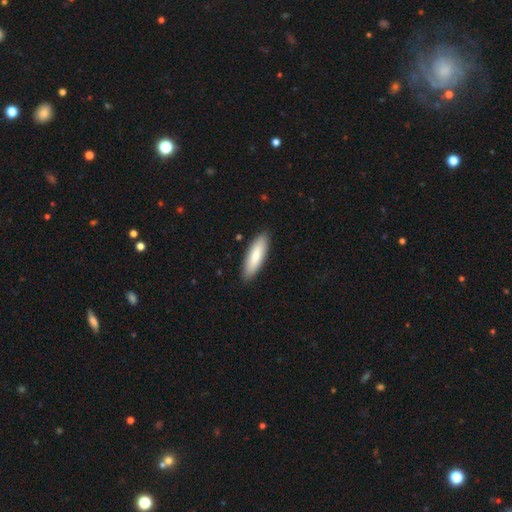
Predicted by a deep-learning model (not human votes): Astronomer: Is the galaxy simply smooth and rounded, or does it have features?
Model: smooth — 80%.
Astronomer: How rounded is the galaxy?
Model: cigar-shaped — 50% (runner-up: in between, 48%).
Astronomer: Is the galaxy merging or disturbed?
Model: none — 89%.